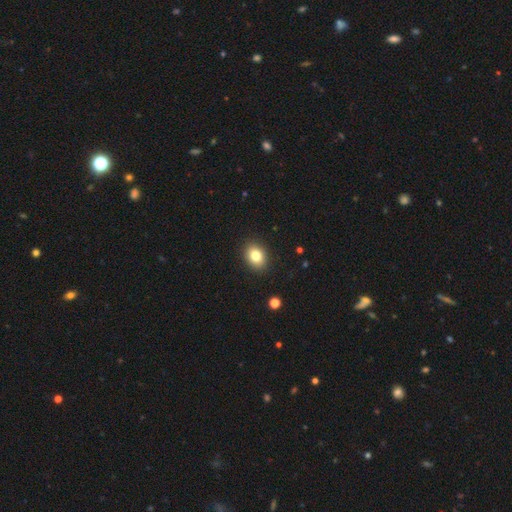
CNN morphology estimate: Smooth or featured: smooth — 81% (star or artifact — 10%)
How rounded: in between — 62% (round — 37%)
Merging: none — 90% (minor disturbance — 7%)